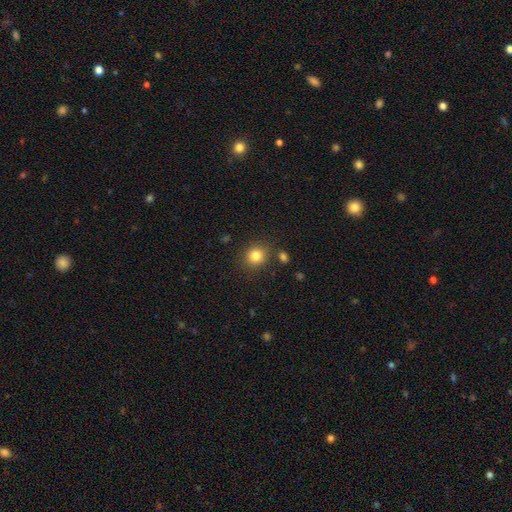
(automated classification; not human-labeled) The model was most divided on "how rounded": round: 82%, in between: 17%, cigar-shaped: 1%. More confident: merging — none (83%); smooth or featured — smooth (82%).